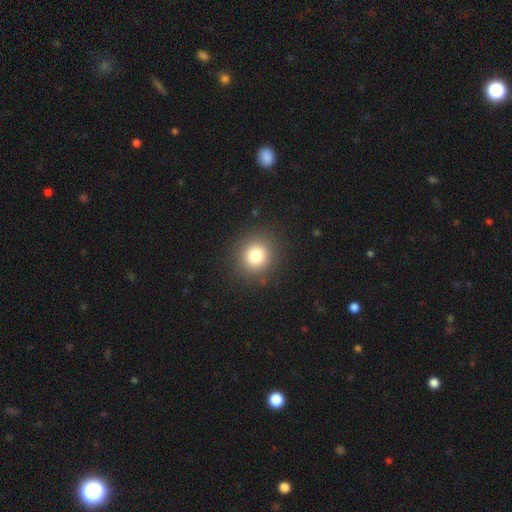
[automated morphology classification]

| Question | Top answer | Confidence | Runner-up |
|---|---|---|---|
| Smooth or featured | smooth | 80% | star or artifact (13%) |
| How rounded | round | 91% | in between (8%) |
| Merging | none | 89% | minor disturbance (6%) |